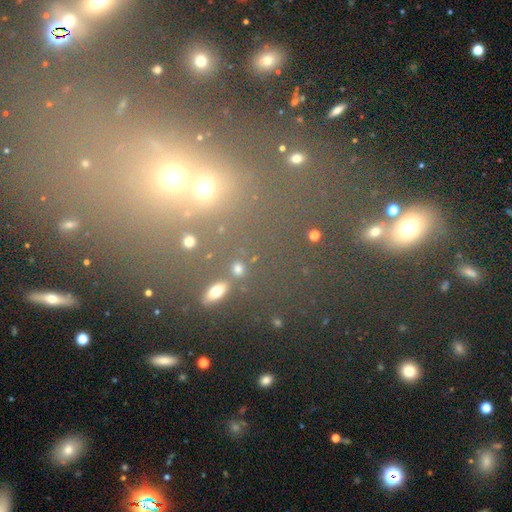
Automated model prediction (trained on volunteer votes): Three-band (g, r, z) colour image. It shows a star or artifact, not a galaxy (50%).